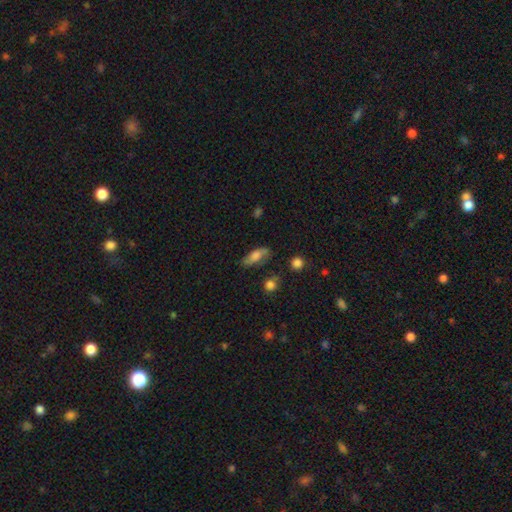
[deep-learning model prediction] Smooth or featured: smooth — 60% (featured or disk — 31%)
How rounded: in between — 72% (cigar-shaped — 22%)
Merging: none — 63% (minor disturbance — 24%)